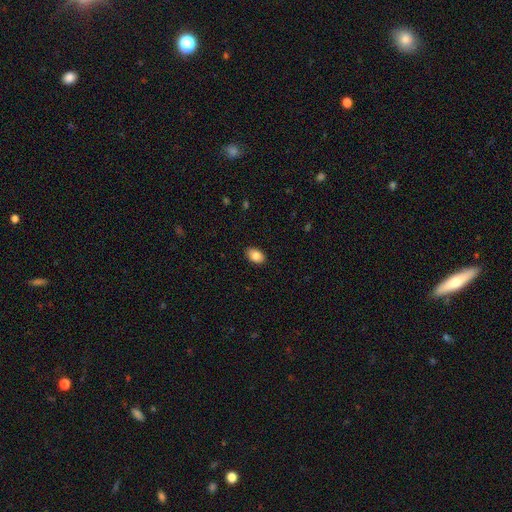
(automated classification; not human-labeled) This appears to be a smooth galaxy with no disk features (86%) that is in between round and cigar-shaped (89%). Merging: none (88%).